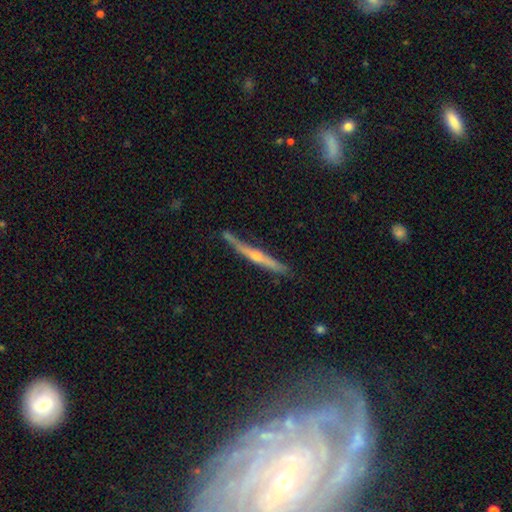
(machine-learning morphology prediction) smooth-or-featured: featured or disk: 70% | smooth: 25% | star or artifact: 6%
  disk-edge-on: yes: 97% | no: 3%
    edge-on-bulge: rounded: 78% | none: 17% | boxy: 5%
  merging: none: 75% | minor disturbance: 18% | merger: 4% | major disturbance: 3%